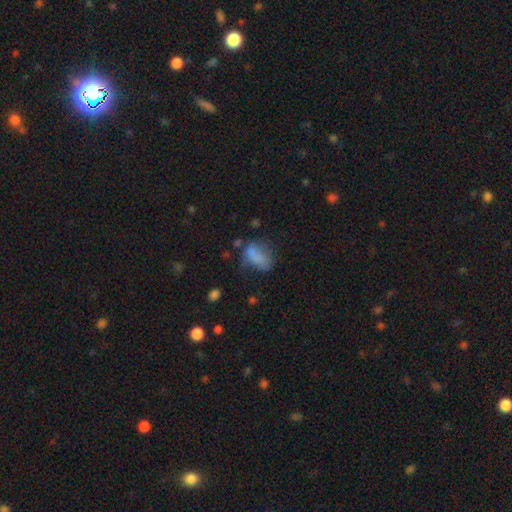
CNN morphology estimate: smooth 69%, featured or disk 19%, star or artifact 12%. Down the decision tree: how rounded — in between (85%); merging — none (35%).